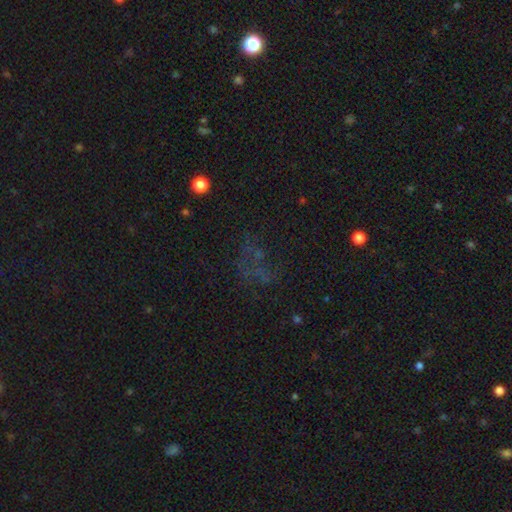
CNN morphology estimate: A star or artifact, not a galaxy (49%).